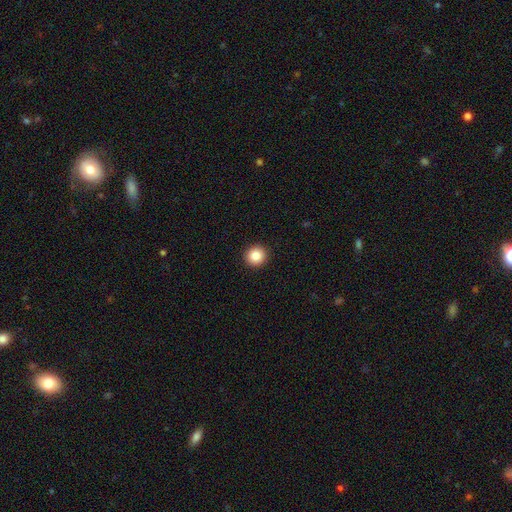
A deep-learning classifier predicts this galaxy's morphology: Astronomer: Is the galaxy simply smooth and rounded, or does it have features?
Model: smooth — 85%.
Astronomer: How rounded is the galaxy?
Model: round — 94%.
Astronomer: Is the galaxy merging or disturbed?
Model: none — 94%.